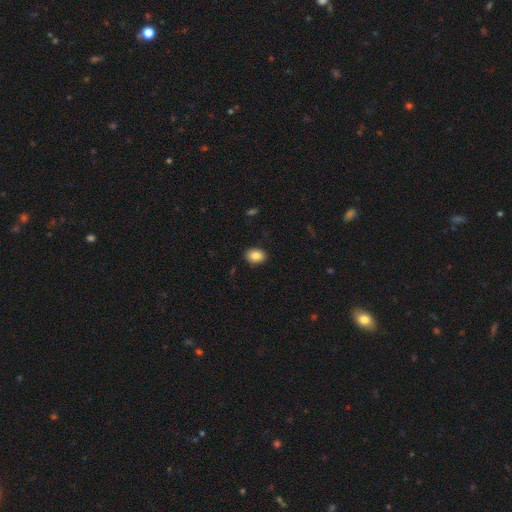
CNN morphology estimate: smooth-or-featured: smooth: 85% | star or artifact: 8% | featured or disk: 6%
  how-rounded: in between: 70% | round: 29% | cigar-shaped: 1%
  merging: none: 89% | minor disturbance: 8% | major disturbance: 2% | merger: 1%